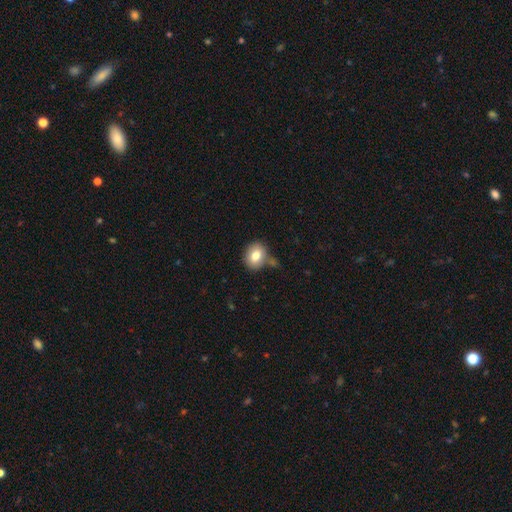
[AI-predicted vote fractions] smooth 80%, featured or disk 11%, star or artifact 9%. Down the decision tree: how rounded — round (53%); merging — none (68%).